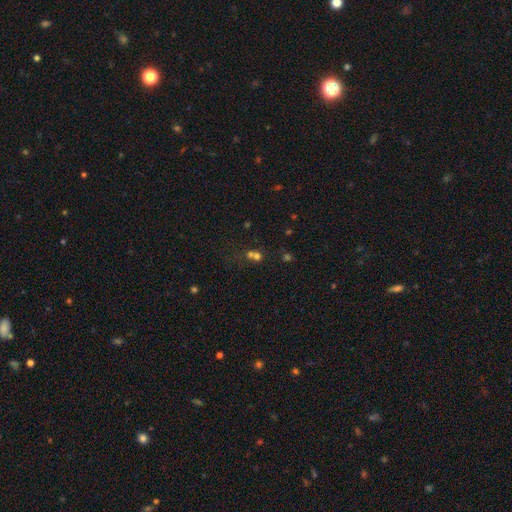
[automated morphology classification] type=smooth (56%); roundness=round (83%); merging=merger (47%).